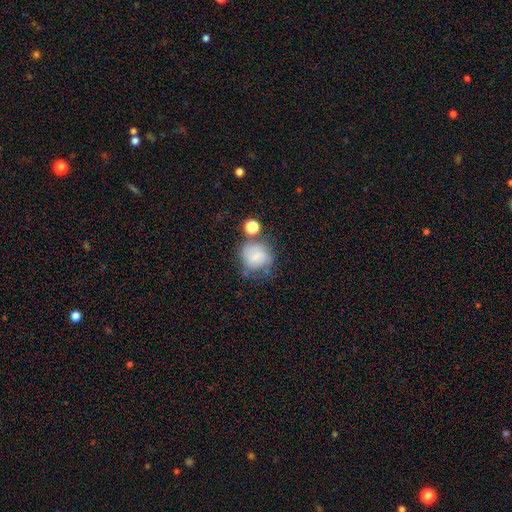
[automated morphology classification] The model was most divided on "merging": none: 50%, minor disturbance: 23%, merger: 14%, major disturbance: 13%. More confident: how rounded — round (78%); smooth or featured — smooth (59%).